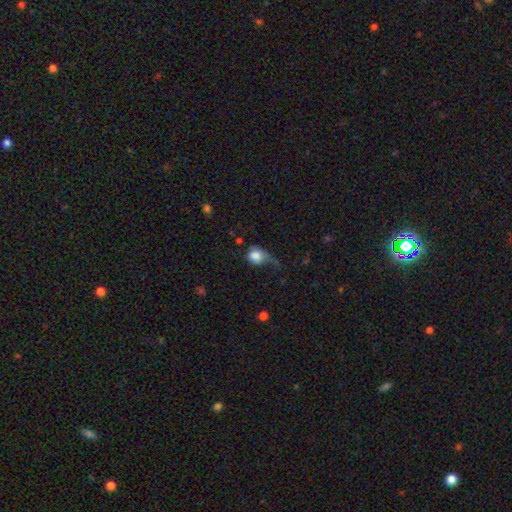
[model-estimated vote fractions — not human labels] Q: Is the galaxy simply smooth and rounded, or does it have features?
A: smooth — 79%.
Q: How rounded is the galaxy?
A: round — 61%.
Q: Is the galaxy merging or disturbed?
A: major disturbance — 41%.